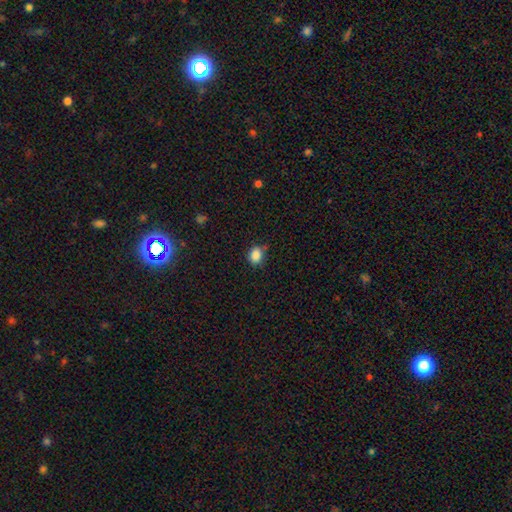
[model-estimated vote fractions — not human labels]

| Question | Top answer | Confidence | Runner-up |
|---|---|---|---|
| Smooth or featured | smooth | 86% | star or artifact (10%) |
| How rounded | in between | 52% | round (47%) |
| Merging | none | 74% | minor disturbance (19%) |